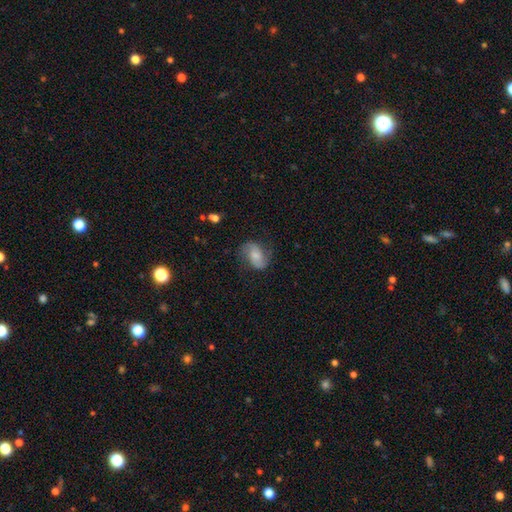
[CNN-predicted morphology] featured or disk 53%, smooth 39%, star or artifact 8%. Down the decision tree: edge-on disk — no (96%); bar — no (54%); spiral arms — yes (89%); bulge size — moderate (40%); merging — none (67%).